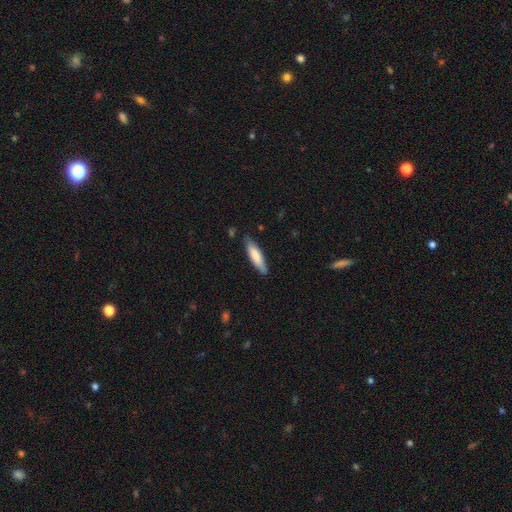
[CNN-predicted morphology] This is likely a smooth galaxy (75%). How rounded: likely cigar-shaped (71%). Merging: clearly none (81%).